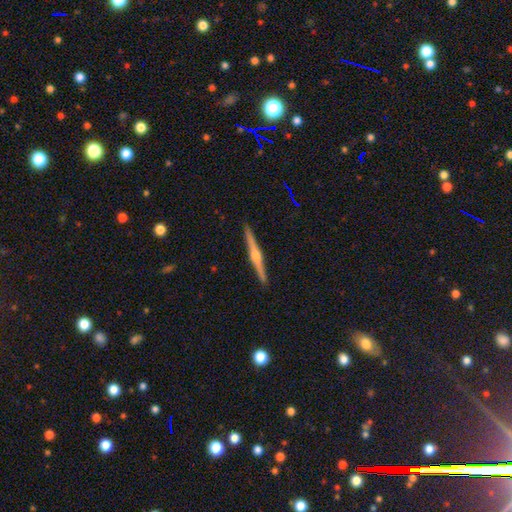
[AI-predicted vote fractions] Morphology: type=featured or disk (81%); edge-on=yes (99%); edge-on bulge=rounded (90%); merging=none (92%).